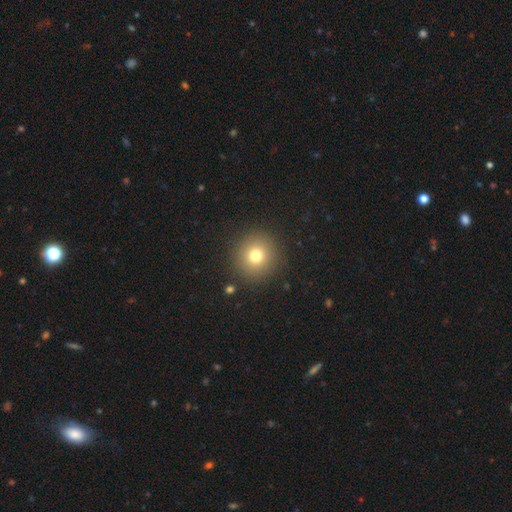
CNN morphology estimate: Q: Smooth or featured?
A: smooth (76%); runner-up: star or artifact (14%)
Q: How rounded?
A: round (94%); runner-up: in between (5%)
Q: Merging?
A: none (90%); runner-up: minor disturbance (6%)